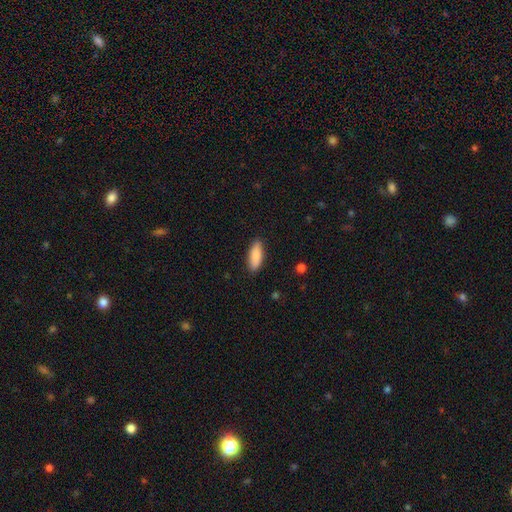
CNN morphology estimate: Overall: smooth (86%). How rounded: in between (68%; cigar-shaped 30%). Merging: none (88%).